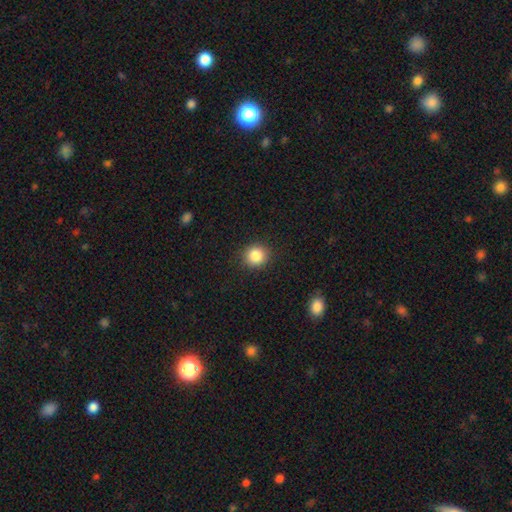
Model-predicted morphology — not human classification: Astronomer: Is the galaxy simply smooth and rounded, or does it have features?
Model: smooth — 86%.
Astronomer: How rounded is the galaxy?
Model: round — 88%.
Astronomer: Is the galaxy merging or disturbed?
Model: none — 90%.